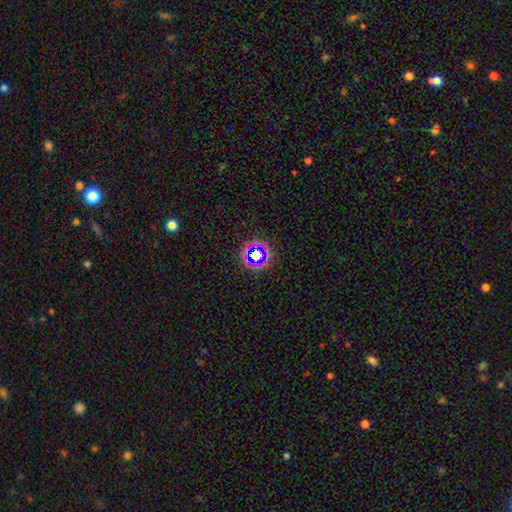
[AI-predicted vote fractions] A star or artifact, not a galaxy (57%).